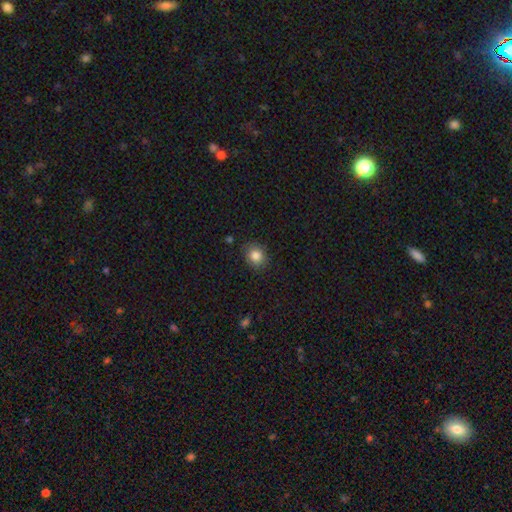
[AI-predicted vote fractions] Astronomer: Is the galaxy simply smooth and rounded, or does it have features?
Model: smooth — 84%.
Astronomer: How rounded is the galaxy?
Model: round — 68%.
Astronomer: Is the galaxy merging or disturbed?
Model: none — 84%.